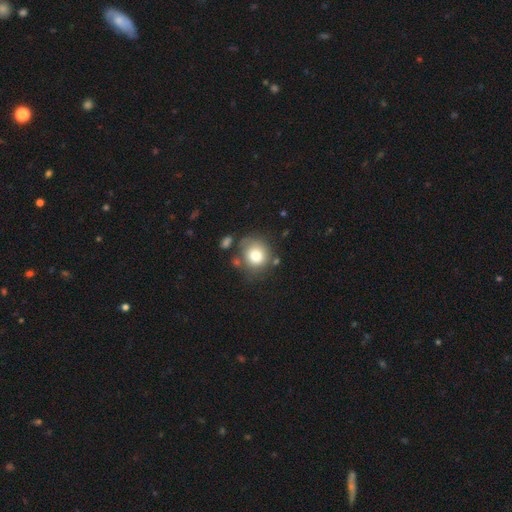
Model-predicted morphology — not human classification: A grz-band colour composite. It shows a smooth galaxy with no disk features (79%) that is round (80%). Merging: none (66%).